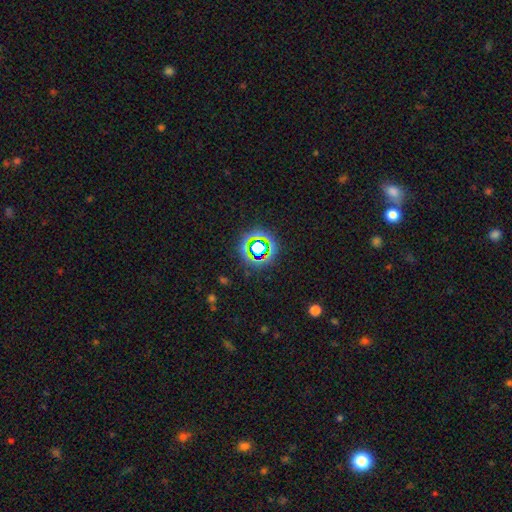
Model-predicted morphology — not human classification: This appears to be a star or artifact, not a galaxy (73%).